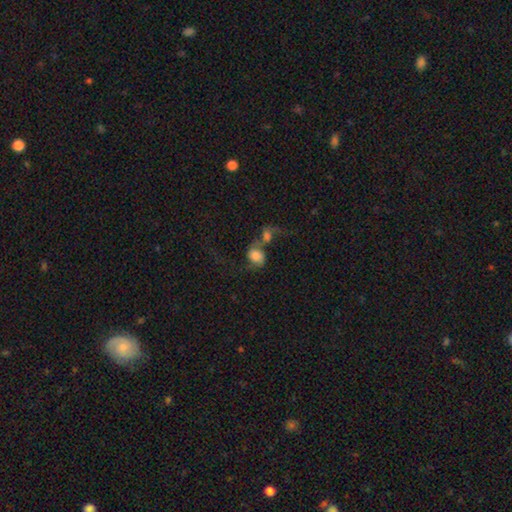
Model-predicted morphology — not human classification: smooth_or_featured: smooth (p=0.58) [alt: featured or disk p=0.32]
how_rounded: round (p=0.53) [alt: in between p=0.45]
merging: merger (p=0.63) [alt: none p=0.15]